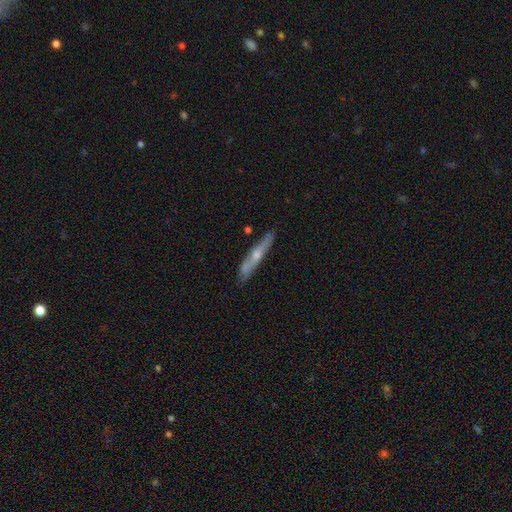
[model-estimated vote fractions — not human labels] Q: Smooth or featured?
A: featured or disk (58%); runner-up: smooth (36%)
Q: Edge-on disk?
A: yes (88%); runner-up: no (12%)
Q: Edge-on bulge?
A: rounded (76%); runner-up: none (19%)
Q: Merging?
A: none (81%); runner-up: minor disturbance (14%)